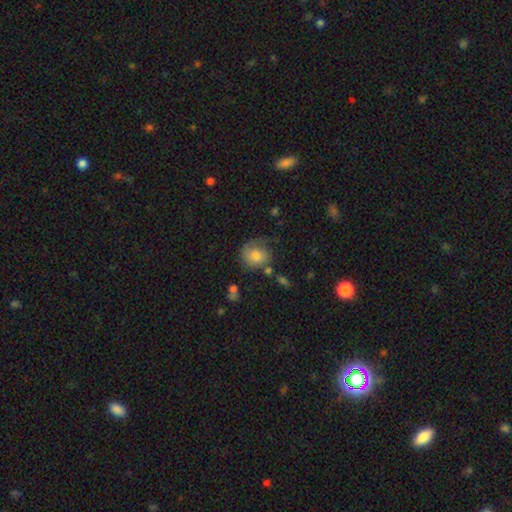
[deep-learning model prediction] The model was most divided on "merging": none: 52%, minor disturbance: 27%, major disturbance: 15%, merger: 6%. More confident: how rounded — round (73%); smooth or featured — smooth (72%).